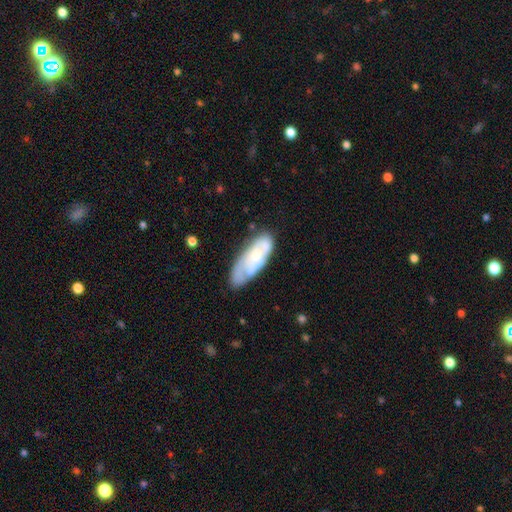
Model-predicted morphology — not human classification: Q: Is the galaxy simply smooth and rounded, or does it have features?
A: featured or disk — 53%.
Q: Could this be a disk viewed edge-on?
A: no — 86%.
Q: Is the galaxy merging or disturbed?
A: none — 62%.